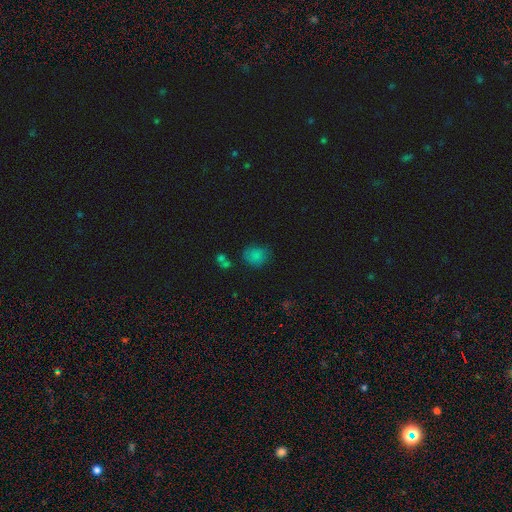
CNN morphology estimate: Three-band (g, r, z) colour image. It shows a smooth galaxy with no disk features (78%) that is round (65%). Merging: none (66%).